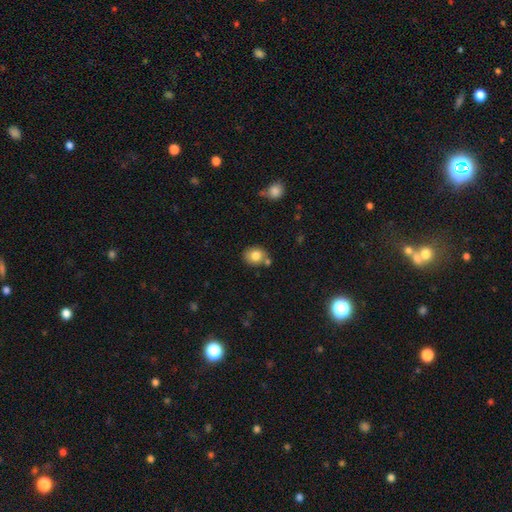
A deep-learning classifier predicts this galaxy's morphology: smooth_or_featured: smooth (p=0.81) [alt: star or artifact p=0.10]
how_rounded: round (p=0.67) [alt: in between p=0.32]
merging: none (p=0.69) [alt: merger p=0.14]